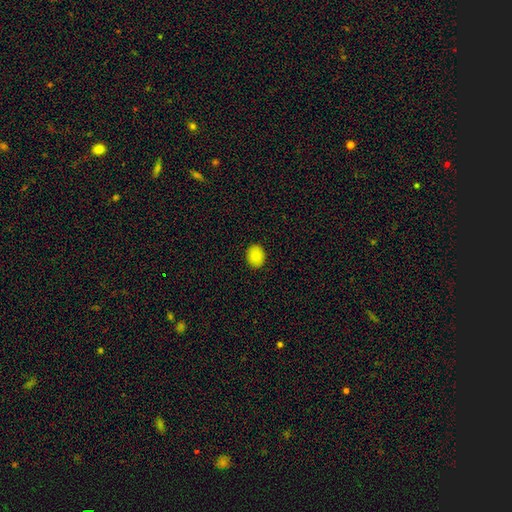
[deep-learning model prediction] Smooth or featured: smooth — 87% (star or artifact — 9%)
How rounded: in between — 52% (round — 47%)
Merging: none — 90% (minor disturbance — 7%)